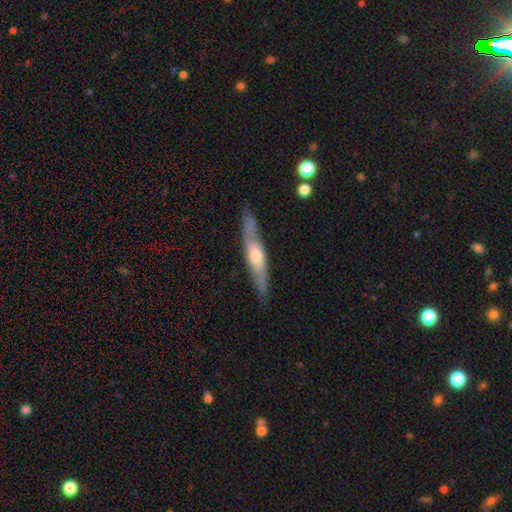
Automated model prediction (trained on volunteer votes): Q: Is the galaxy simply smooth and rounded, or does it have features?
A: featured or disk — 62%.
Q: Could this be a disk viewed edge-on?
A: yes — 74%.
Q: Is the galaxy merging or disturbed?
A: none — 82%.